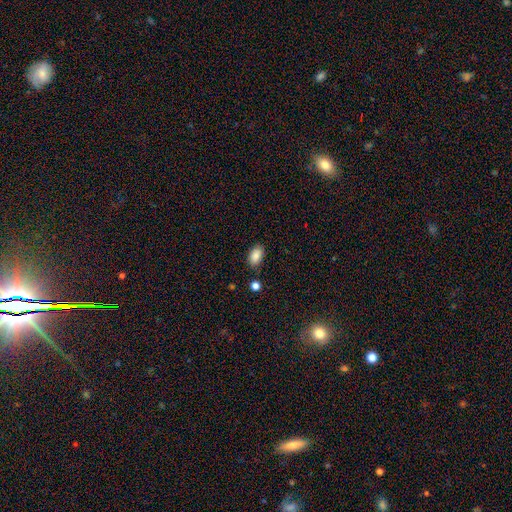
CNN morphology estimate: This appears to be a smooth galaxy with no disk features (87%) that is in between round and cigar-shaped (91%). Merging: none (78%).